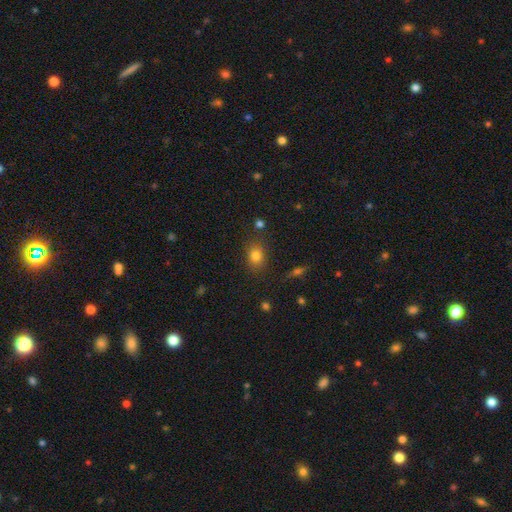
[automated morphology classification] This is likely a smooth galaxy (79%). How rounded: possibly in between (55%). Merging: clearly none (81%).